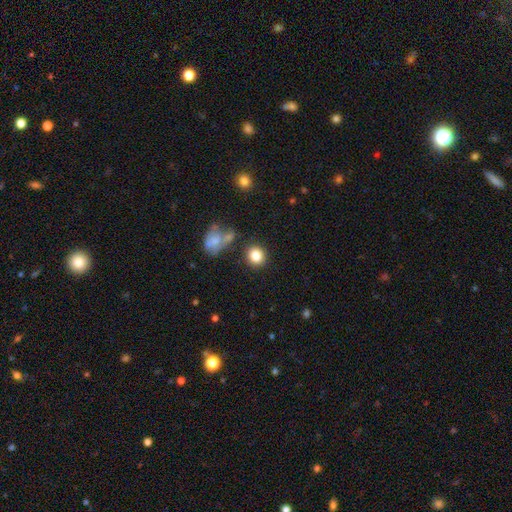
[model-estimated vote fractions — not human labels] smooth-or-featured: smooth: 83% | star or artifact: 10% | featured or disk: 6%
  how-rounded: round: 82% | in between: 17% | cigar-shaped: 1%
  merging: none: 81% | minor disturbance: 9% | merger: 6% | major disturbance: 4%